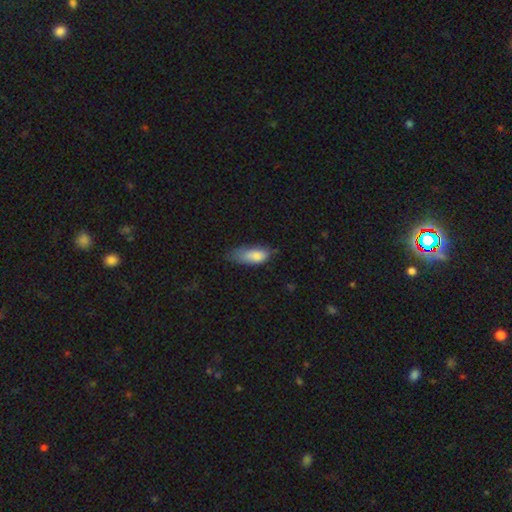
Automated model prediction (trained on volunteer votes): Smooth or featured?
  - smooth: 80% *
  - featured or disk: 12%
  - star or artifact: 8%
How rounded?
  - in between: 77% *
  - cigar-shaped: 20%
  - round: 3%
Merging?
  - minor disturbance: 42% *
  - none: 37%
  - major disturbance: 19%
  - merger: 2%